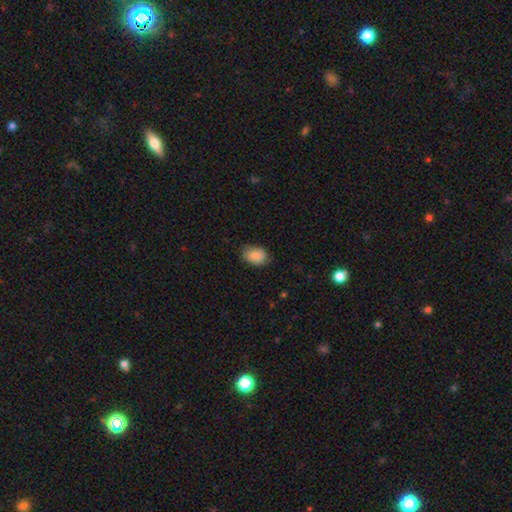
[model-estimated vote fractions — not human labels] Smooth or featured? Predicted: smooth (p=0.86). How rounded? Predicted: in between (p=0.78). Merging? Predicted: none (p=0.73).